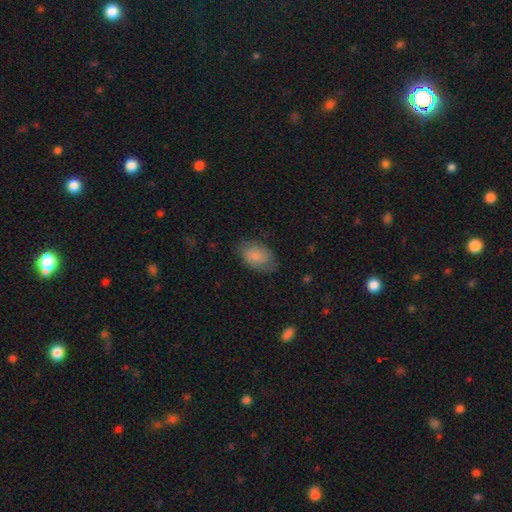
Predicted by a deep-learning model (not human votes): smooth 81%, featured or disk 12%, star or artifact 7%. Down the decision tree: how rounded — in between (87%); merging — none (71%).